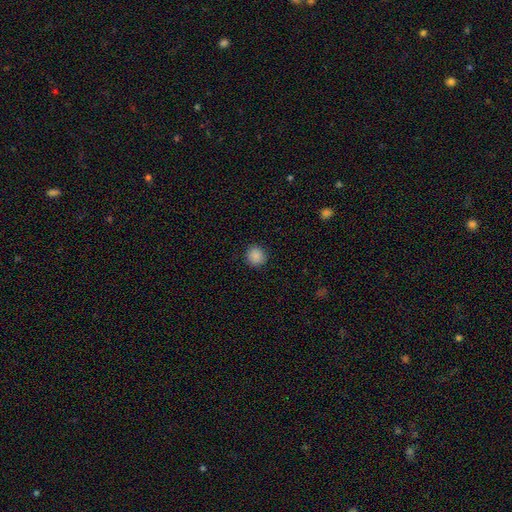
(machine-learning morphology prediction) Overall: smooth (88%). How rounded: round (89%). Merging: none (91%).